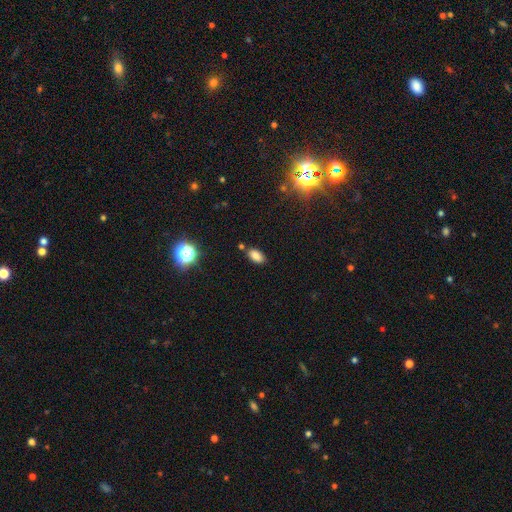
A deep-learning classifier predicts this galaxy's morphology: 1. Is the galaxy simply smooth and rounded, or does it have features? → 83% smooth, 12% star or artifact, 5% featured or disk.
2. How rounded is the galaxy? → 92% in between, 5% round, 3% cigar-shaped.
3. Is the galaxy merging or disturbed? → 82% none, 11% minor disturbance, 4% merger, 3% major disturbance.